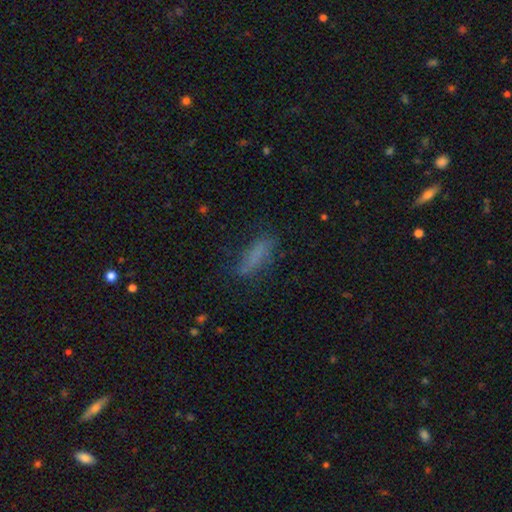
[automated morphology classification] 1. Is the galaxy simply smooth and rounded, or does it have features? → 71% smooth, 17% featured or disk, 12% star or artifact.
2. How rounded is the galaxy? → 55% cigar-shaped, 42% in between, 3% round.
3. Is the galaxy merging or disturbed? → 64% none, 23% minor disturbance, 11% major disturbance, 2% merger.